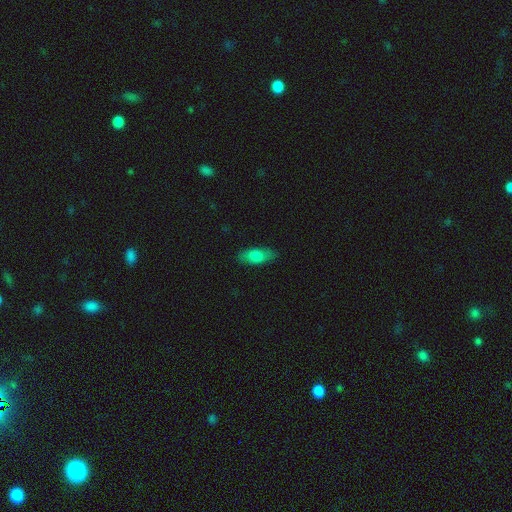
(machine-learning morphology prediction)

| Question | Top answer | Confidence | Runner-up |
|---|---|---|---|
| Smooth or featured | smooth | 75% | featured or disk (18%) |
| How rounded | in between | 79% | cigar-shaped (18%) |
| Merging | none | 83% | minor disturbance (13%) |